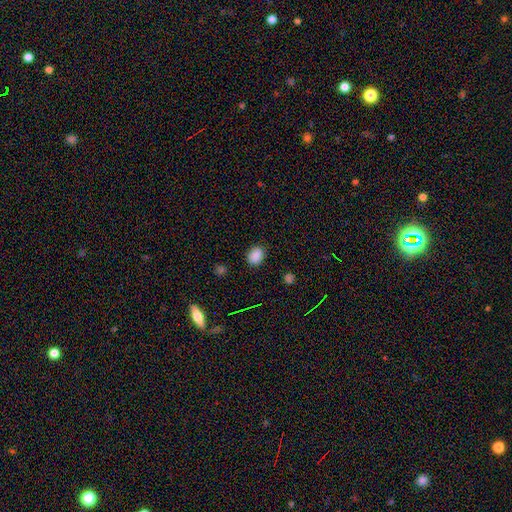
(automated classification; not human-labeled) This is clearly a smooth galaxy (85%). How rounded: likely in between (65%). Merging: clearly none (85%).